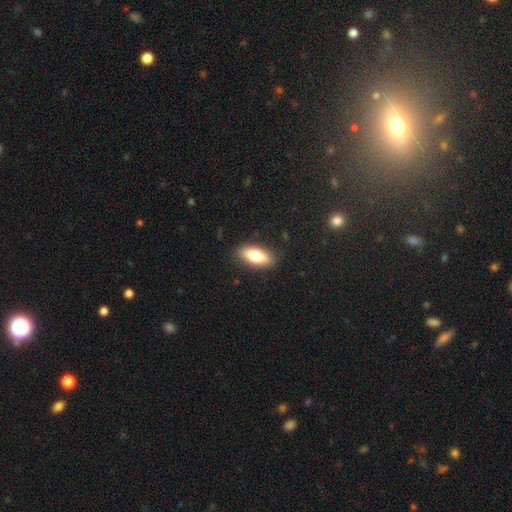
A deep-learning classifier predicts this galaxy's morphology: A smooth galaxy with no disk features (74%) that is in between round and cigar-shaped (79%). Merging: none (87%).